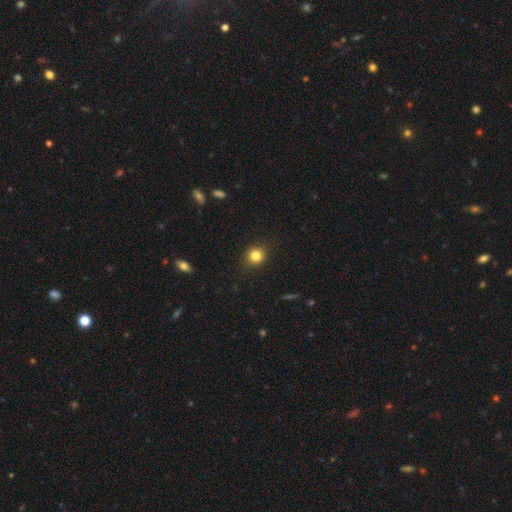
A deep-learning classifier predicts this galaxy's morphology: type=smooth (82%); roundness=round (88%); merging=none (90%).